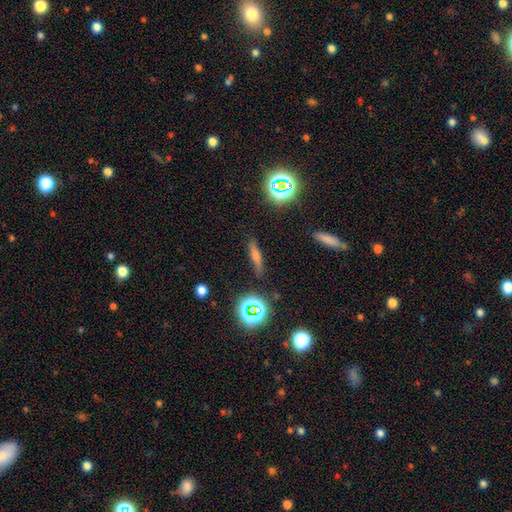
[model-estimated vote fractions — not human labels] Smooth or featured?
  - smooth: 52% *
  - featured or disk: 27%
  - star or artifact: 21%
How rounded?
  - cigar-shaped: 79% *
  - in between: 14%
  - round: 7%
Merging?
  - none: 85% *
  - minor disturbance: 10%
  - major disturbance: 3%
  - merger: 2%